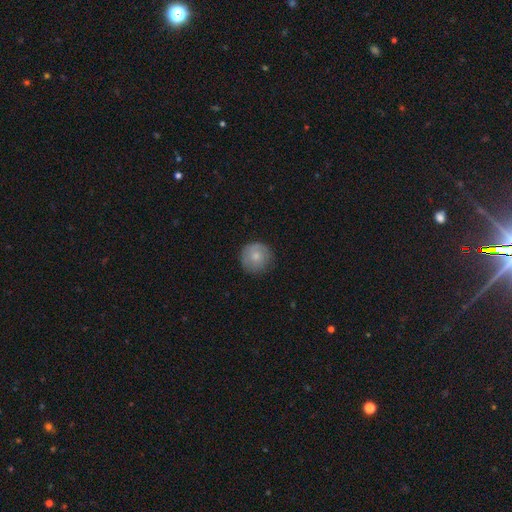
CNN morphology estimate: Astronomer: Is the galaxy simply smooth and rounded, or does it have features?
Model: smooth — 75%.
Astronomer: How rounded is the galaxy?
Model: round — 95%.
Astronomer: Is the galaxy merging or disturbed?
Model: none — 83%.